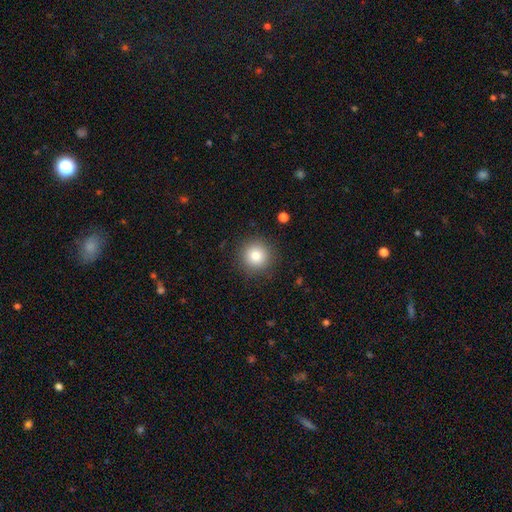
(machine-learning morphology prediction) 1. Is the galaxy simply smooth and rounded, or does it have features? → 79% smooth, 11% star or artifact, 9% featured or disk.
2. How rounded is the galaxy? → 95% round, 4% in between, 1% cigar-shaped.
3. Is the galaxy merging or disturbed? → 89% none, 7% minor disturbance, 3% major disturbance, 1% merger.